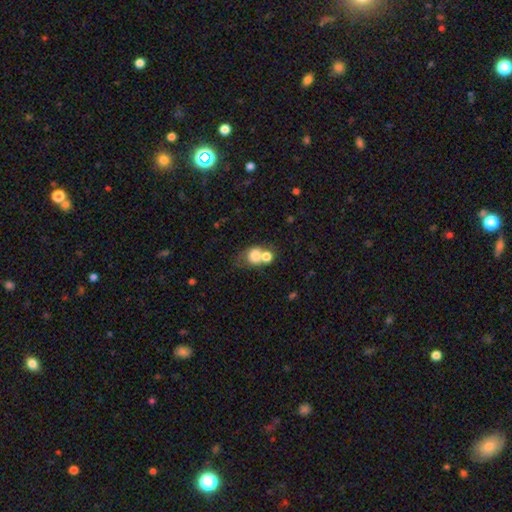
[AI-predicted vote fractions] A smooth galaxy with no disk features (74%) that is round (68%). Merging: merger (58%).